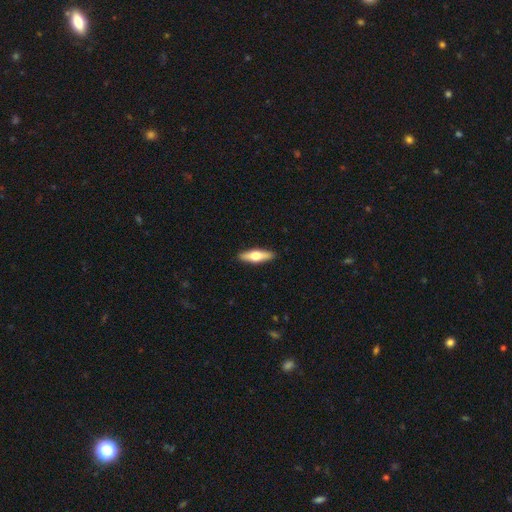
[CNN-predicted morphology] smooth 50%, featured or disk 44%, star or artifact 5%. Down the decision tree: how rounded — cigar-shaped (57%); merging — none (90%).